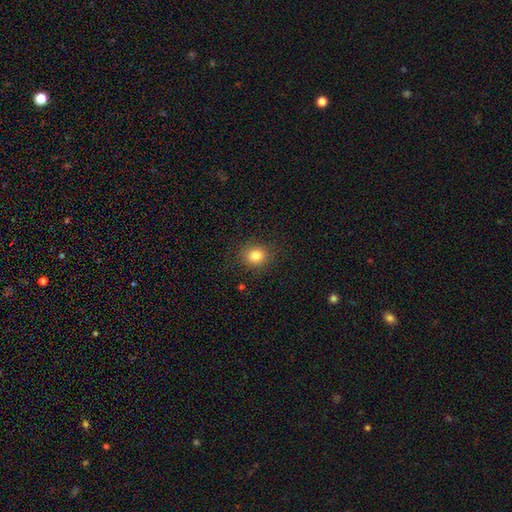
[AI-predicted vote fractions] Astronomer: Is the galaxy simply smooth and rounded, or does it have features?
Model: smooth — 82%.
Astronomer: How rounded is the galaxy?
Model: round — 79%.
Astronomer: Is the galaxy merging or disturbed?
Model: none — 87%.